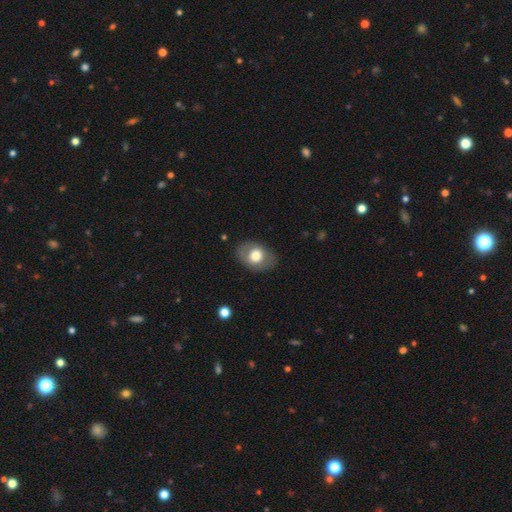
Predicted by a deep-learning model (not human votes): Smooth or featured? smooth (65%)
How rounded? in between (73%)
Merging? none (81%)